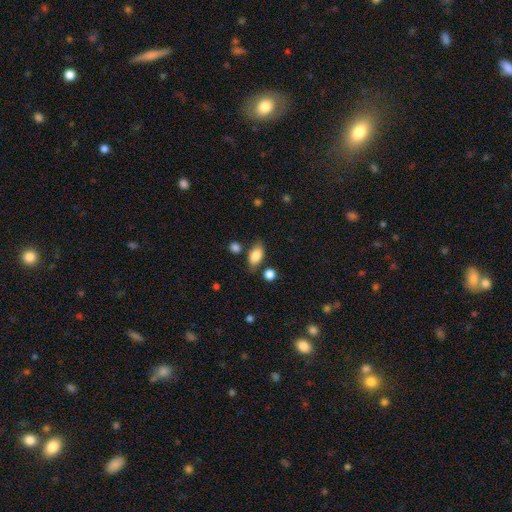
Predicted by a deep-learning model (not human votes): Overall: smooth (84%). How rounded: in between (89%). Merging: none (75%).